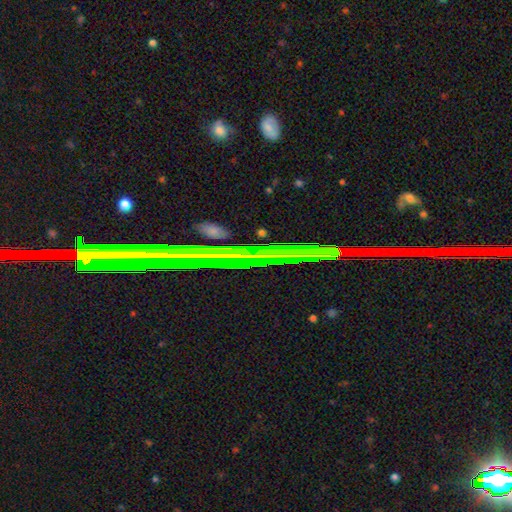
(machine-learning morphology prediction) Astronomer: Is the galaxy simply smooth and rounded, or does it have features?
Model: star or artifact — 70%.